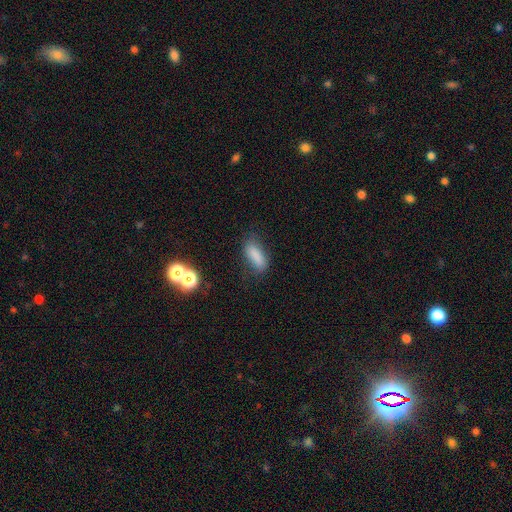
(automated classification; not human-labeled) smooth-or-featured: smooth: 82% | star or artifact: 10% | featured or disk: 8%
  how-rounded: in between: 67% | cigar-shaped: 30% | round: 3%
  merging: none: 70% | minor disturbance: 20% | major disturbance: 7% | merger: 3%